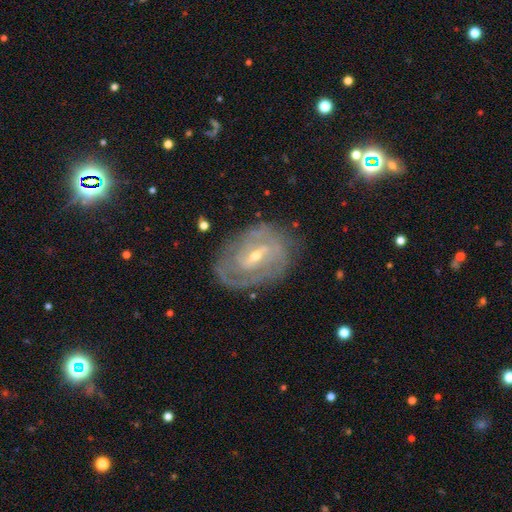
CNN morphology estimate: The model was most divided on "spiral arm count": 2: 45%, can't tell: 31%, 3: 11%, 1: 6%, 4: 4%, more than 4: 3%. Remaining: edge-on disk — no (95%); spiral arms — yes (87%); smooth or featured — featured or disk (84%); merging — none (72%); bulge size — small (63%); spiral winding — tight (59%); bar — weak (48%).